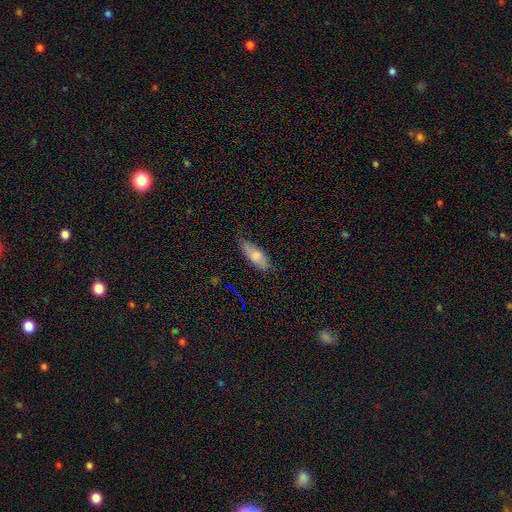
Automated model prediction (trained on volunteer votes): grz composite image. It shows a smooth galaxy with no disk features (70%) that is in between round and cigar-shaped (72%). Merging: none (69%).